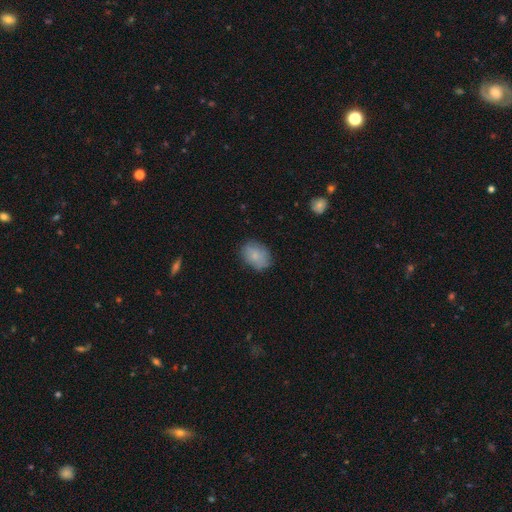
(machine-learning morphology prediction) Smooth or featured? Predicted: smooth (p=0.79). How rounded? Predicted: in between (p=0.69). Merging? Predicted: none (p=0.76).